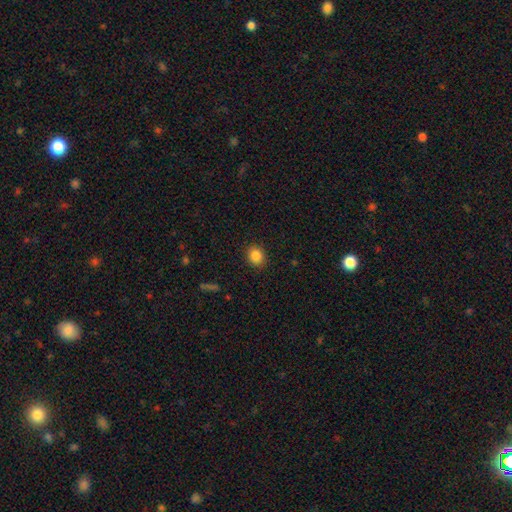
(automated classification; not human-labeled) Smooth or featured? smooth (85%)
How rounded? round (66%)
Merging? none (89%)